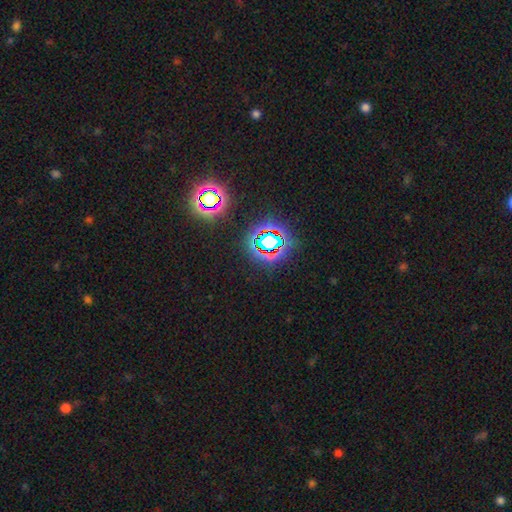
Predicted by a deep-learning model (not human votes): star or artifact 77%, smooth 16%, featured or disk 7%.